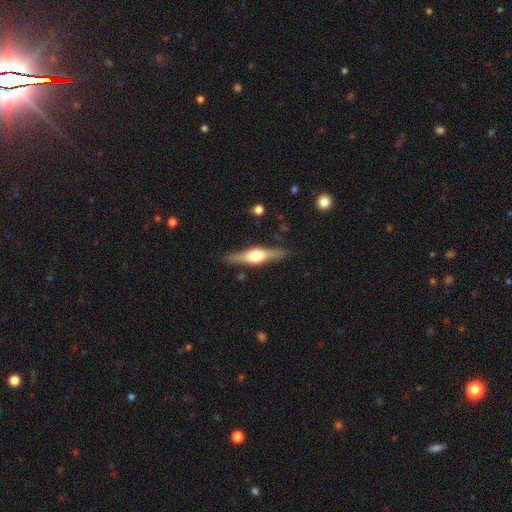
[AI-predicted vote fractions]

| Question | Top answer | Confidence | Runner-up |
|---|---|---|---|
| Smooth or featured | featured or disk | 66% | smooth (29%) |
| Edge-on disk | yes | 96% | no (4%) |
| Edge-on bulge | rounded | 92% | boxy (6%) |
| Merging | none | 86% | minor disturbance (10%) |